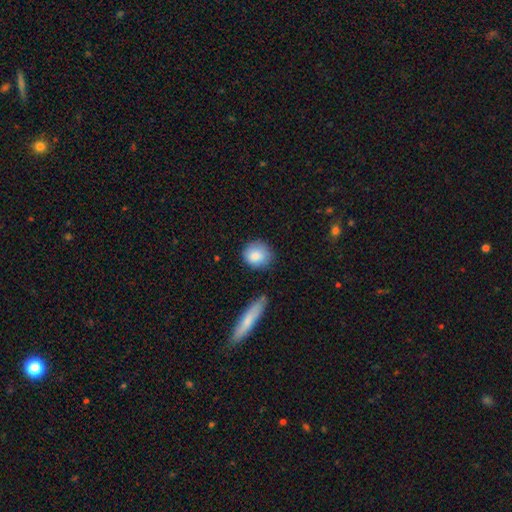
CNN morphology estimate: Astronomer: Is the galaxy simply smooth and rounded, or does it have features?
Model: smooth — 86%.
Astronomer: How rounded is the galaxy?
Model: round — 80%.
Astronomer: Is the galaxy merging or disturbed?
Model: none — 75%.